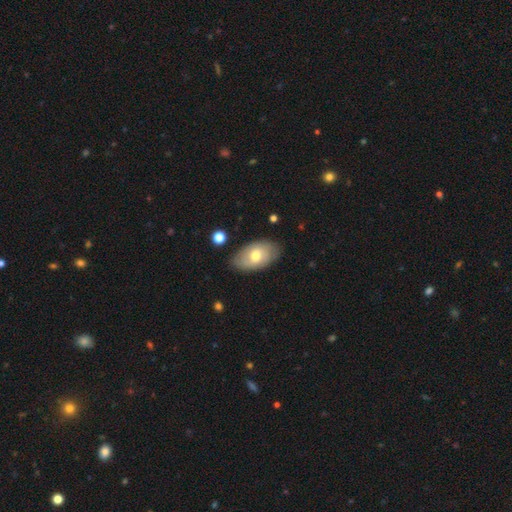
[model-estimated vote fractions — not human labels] This appears to be a smooth galaxy with no disk features (60%) that is in between round and cigar-shaped (93%). Merging: none (78%).